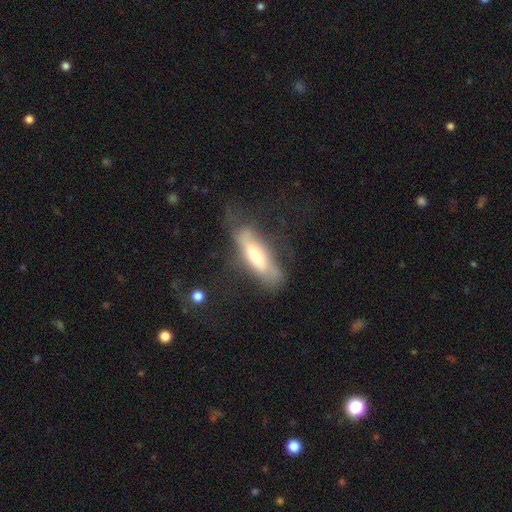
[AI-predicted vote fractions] Smooth or featured? Predicted: smooth (p=0.52). How rounded? Predicted: cigar-shaped (p=0.54). Merging? Predicted: none (p=0.47).